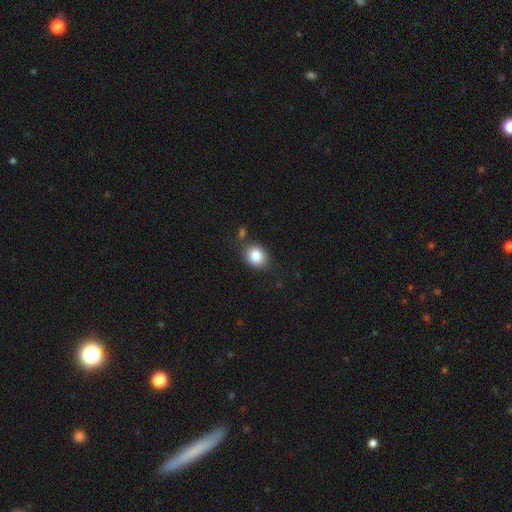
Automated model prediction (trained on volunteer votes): smooth-or-featured: smooth: 85% | star or artifact: 9% | featured or disk: 6%
  how-rounded: round: 58% | in between: 41% | cigar-shaped: 1%
  merging: none: 77% | minor disturbance: 14% | merger: 5% | major disturbance: 4%